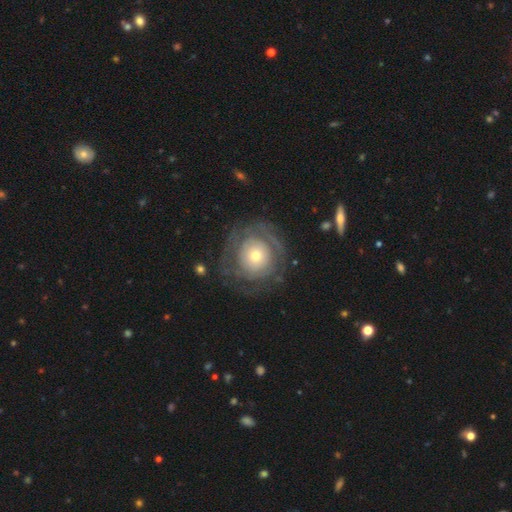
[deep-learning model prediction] This appears to be a featured or disk galaxy (65%) with no bar (86%), spiral arms (64%) and a small central bulge (47%). Merging: none (72%).